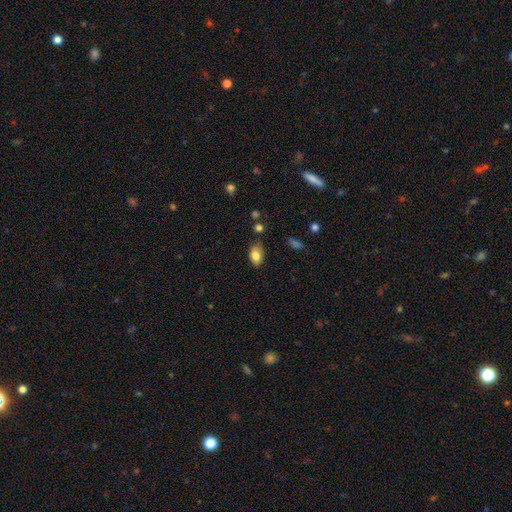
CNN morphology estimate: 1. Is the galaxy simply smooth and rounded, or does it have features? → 81% smooth, 11% featured or disk, 8% star or artifact.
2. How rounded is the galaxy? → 91% in between, 7% round, 2% cigar-shaped.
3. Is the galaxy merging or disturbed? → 76% none, 18% minor disturbance, 3% major disturbance, 3% merger.